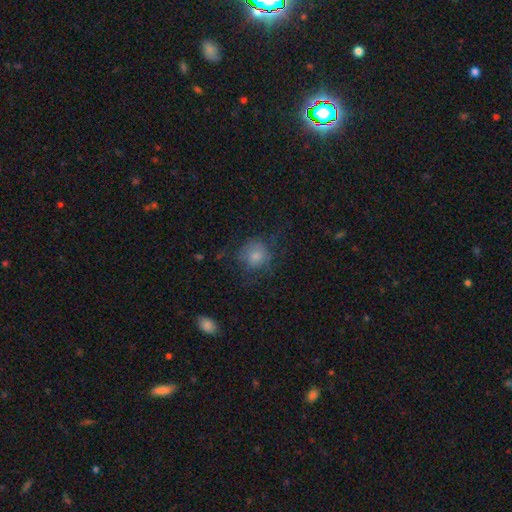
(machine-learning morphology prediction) Smooth or featured? Predicted: smooth (p=0.63). How rounded? Predicted: round (p=0.83). Merging? Predicted: none (p=0.64).